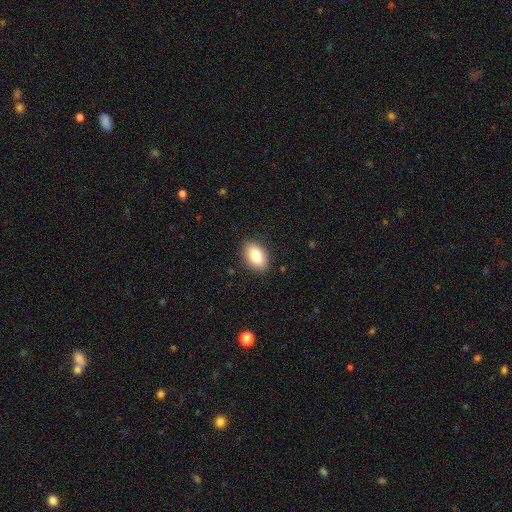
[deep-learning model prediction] Overall: smooth (83%). How rounded: in between (91%). Merging: none (87%).